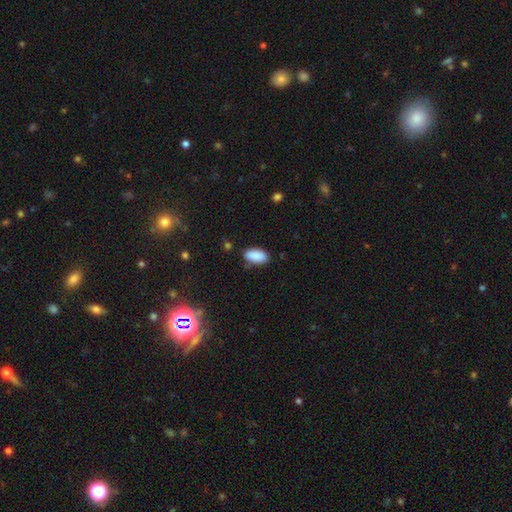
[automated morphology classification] A smooth galaxy with no disk features (90%) that is in between round and cigar-shaped (93%). Merging: none (80%).